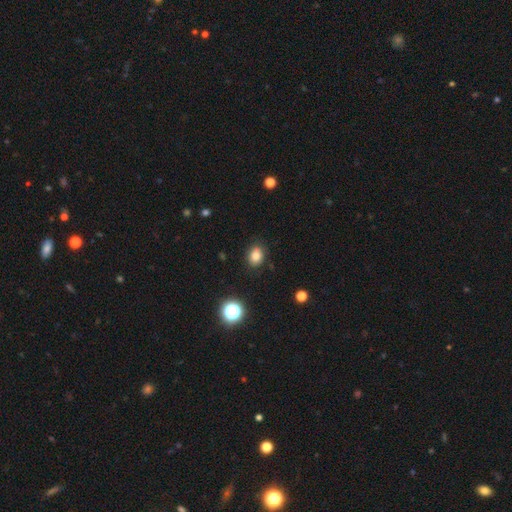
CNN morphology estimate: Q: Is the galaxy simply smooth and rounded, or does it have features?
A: smooth — 82%.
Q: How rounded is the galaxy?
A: in between — 58%.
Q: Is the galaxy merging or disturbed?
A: none — 86%.